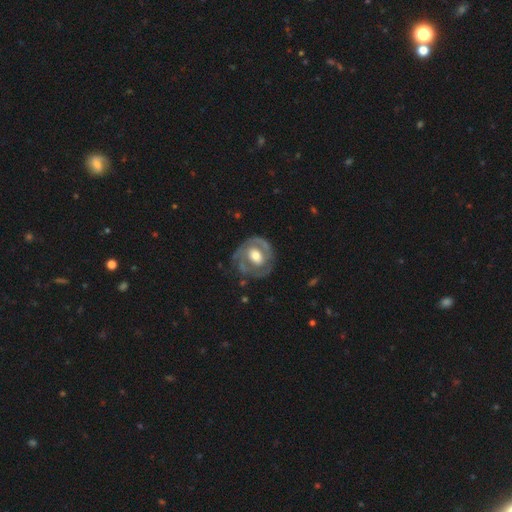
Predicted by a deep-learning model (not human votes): smooth_or_featured: featured or disk (p=0.78) [alt: smooth p=0.18]
disk_edge_on: no (p=0.97) [alt: yes p=0.03]
bar: no (p=0.55) [alt: weak p=0.33]
has_spiral_arms: yes (p=0.77) [alt: no p=0.23]
spiral_winding: tight (p=0.57) [alt: medium p=0.32]
spiral_arm_count: 2 (p=0.48) [alt: can't tell p=0.22]
bulge_size: moderate (p=0.66) [alt: large p=0.22]
merging: none (p=0.66) [alt: minor disturbance p=0.20]